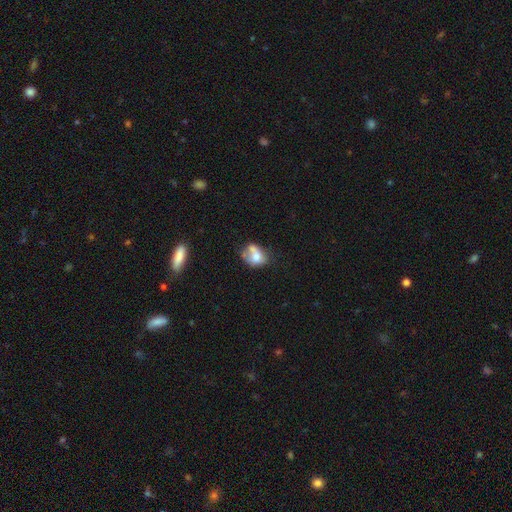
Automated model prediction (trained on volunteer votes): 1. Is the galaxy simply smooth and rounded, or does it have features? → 59% smooth, 30% featured or disk, 10% star or artifact.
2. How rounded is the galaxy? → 68% in between, 30% round, 2% cigar-shaped.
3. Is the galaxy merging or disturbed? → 33% merger, 26% none, 22% minor disturbance, 20% major disturbance.